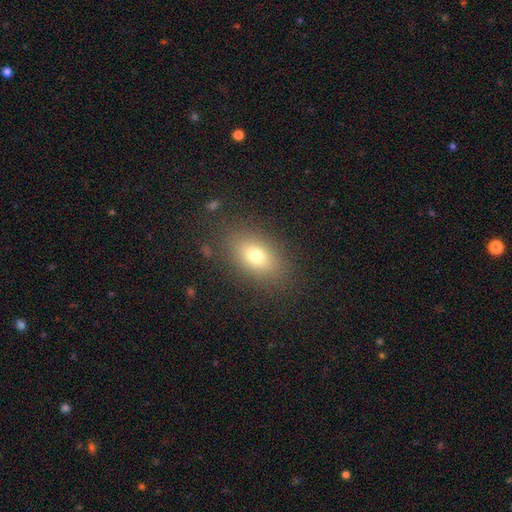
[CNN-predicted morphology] smooth-or-featured: smooth: 75% | featured or disk: 14% | star or artifact: 11%
  how-rounded: in between: 85% | round: 12% | cigar-shaped: 3%
  merging: none: 84% | minor disturbance: 10% | major disturbance: 4% | merger: 1%